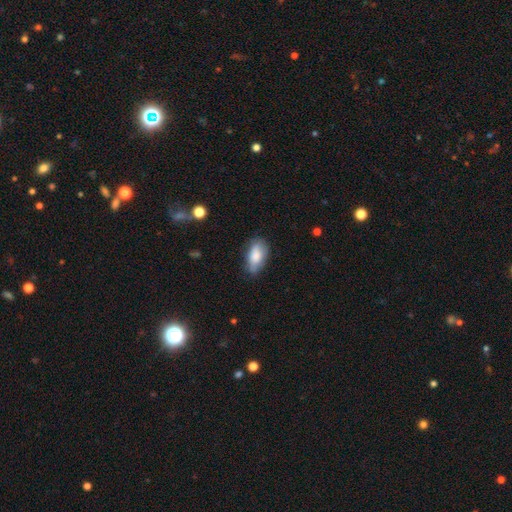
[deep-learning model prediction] Smooth or featured? smooth (81%)
How rounded? in between (91%)
Merging? none (66%)